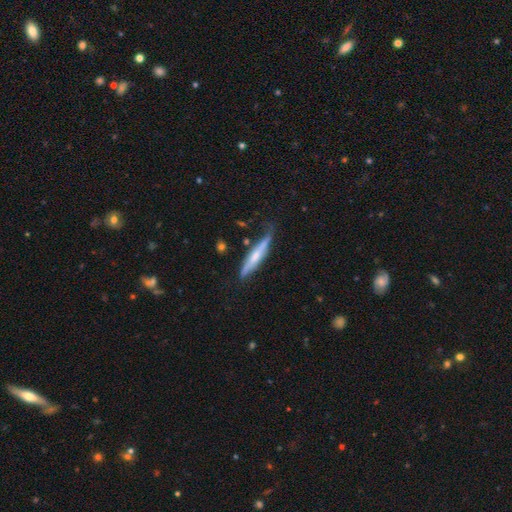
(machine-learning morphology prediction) Smooth or featured? Predicted: featured or disk (p=0.47, tied with smooth). Merging? Predicted: none (p=0.58).